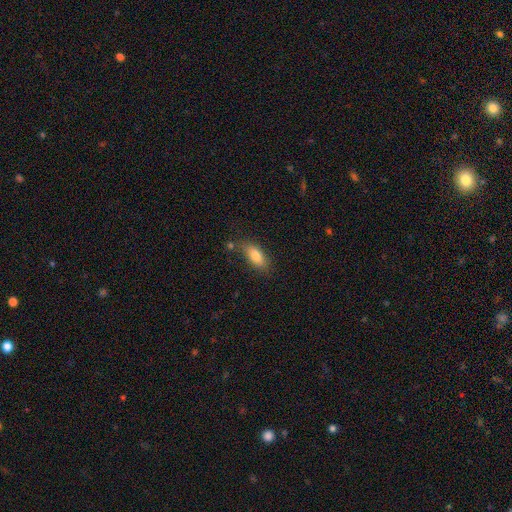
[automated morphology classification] Smooth or featured: smooth — 81% (featured or disk — 11%)
How rounded: in between — 83% (cigar-shaped — 13%)
Merging: none — 70% (minor disturbance — 18%)